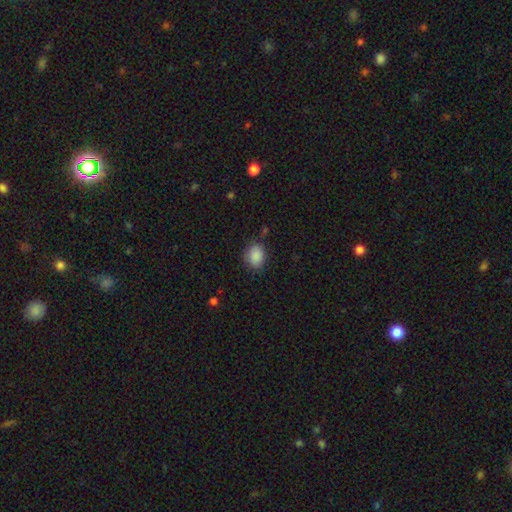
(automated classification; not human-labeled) This is clearly a smooth galaxy (88%). How rounded: possibly in between (54%). Merging: likely none (75%).